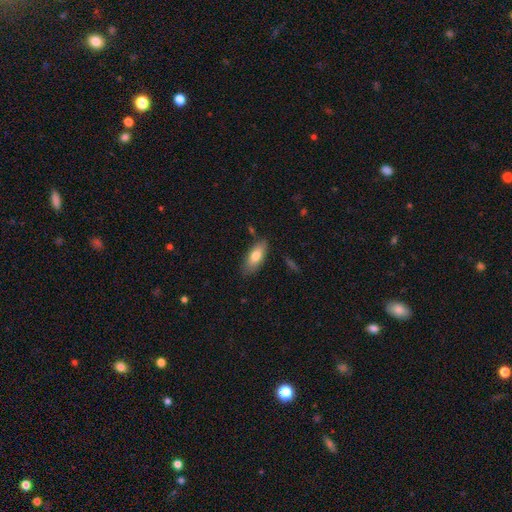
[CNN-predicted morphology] Smooth or featured? Predicted: smooth (p=0.76). How rounded? Predicted: in between (p=0.80). Merging? Predicted: none (p=0.79).